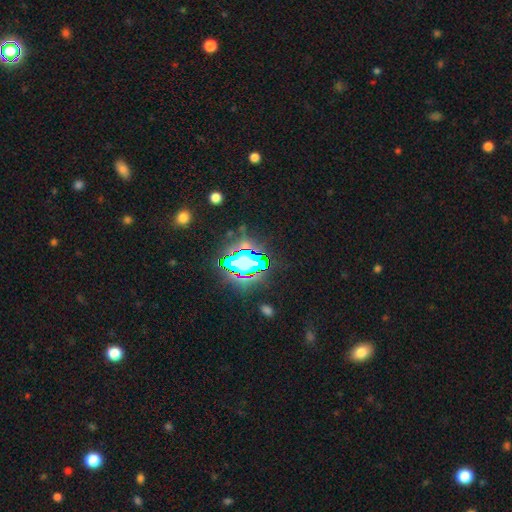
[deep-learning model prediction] Morphology: type=star or artifact (81%).